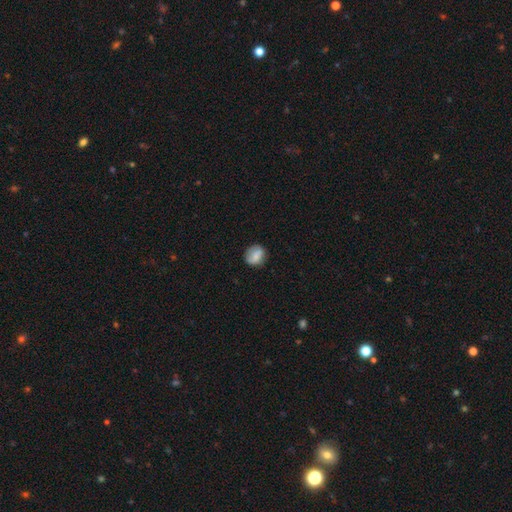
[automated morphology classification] The model was most divided on "smooth or featured": smooth: 71%, featured or disk: 21%, star or artifact: 8%. More confident: merging — none (78%); how rounded — round (75%).